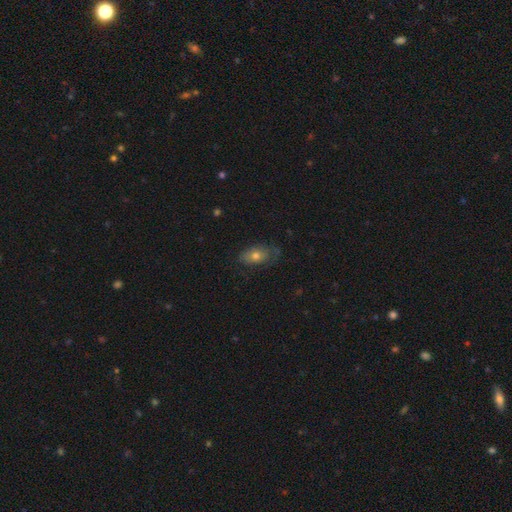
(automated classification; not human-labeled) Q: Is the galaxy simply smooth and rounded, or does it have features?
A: smooth — 62%.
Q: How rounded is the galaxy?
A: in between — 87%.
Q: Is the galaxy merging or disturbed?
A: none — 65%.